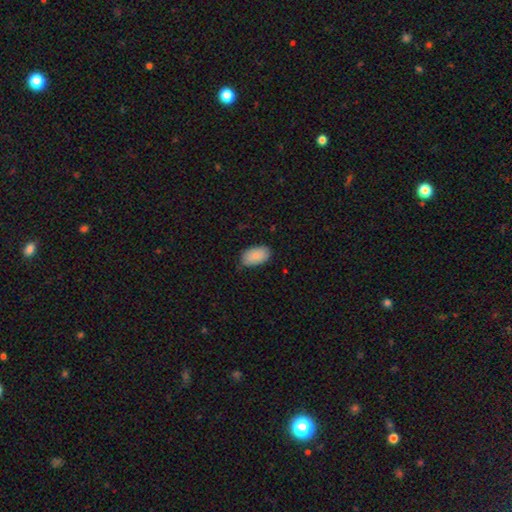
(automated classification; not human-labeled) Smooth or featured? smooth (88%)
How rounded? in between (95%)
Merging? none (79%)